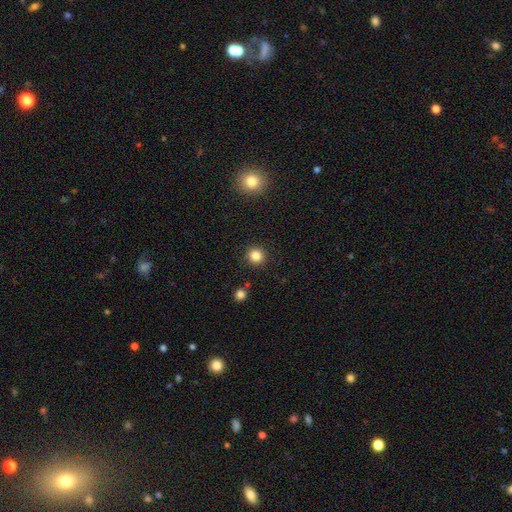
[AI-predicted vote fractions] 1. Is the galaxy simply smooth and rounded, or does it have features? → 85% smooth, 11% star or artifact, 4% featured or disk.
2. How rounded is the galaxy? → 93% round, 6% in between, 1% cigar-shaped.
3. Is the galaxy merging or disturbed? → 90% none, 6% minor disturbance, 2% major disturbance, 2% merger.